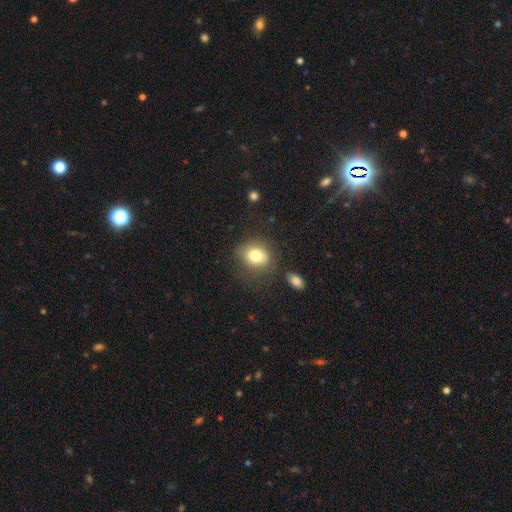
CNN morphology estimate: Overall: smooth (78%). How rounded: round (60%; in between 39%). Merging: none (70%).